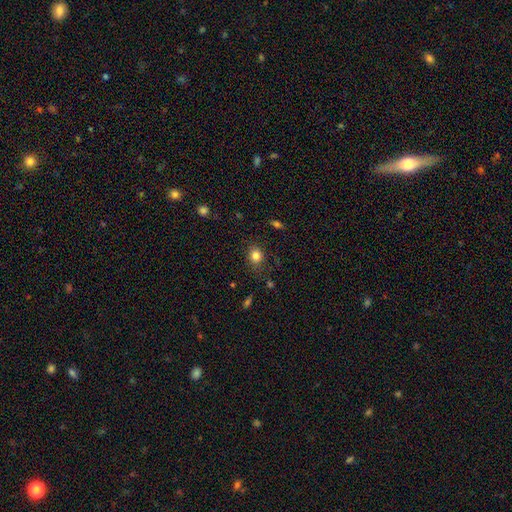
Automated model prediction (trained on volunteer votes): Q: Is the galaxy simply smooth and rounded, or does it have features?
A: smooth — 82%.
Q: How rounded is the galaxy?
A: round — 63%.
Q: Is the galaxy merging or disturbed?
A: none — 78%.